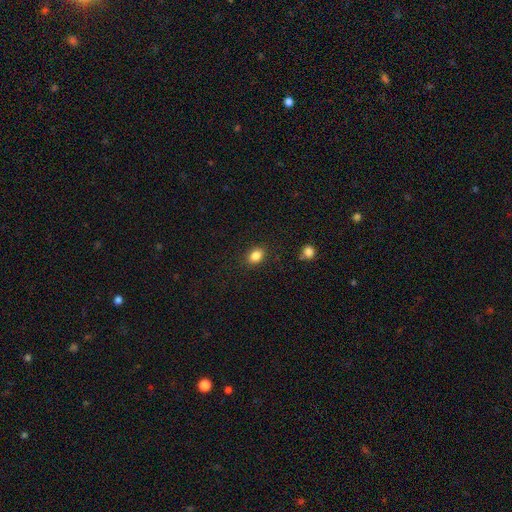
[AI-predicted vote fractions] Smooth or featured? Predicted: smooth (p=0.85). How rounded? Predicted: in between (p=0.70). Merging? Predicted: none (p=0.86).